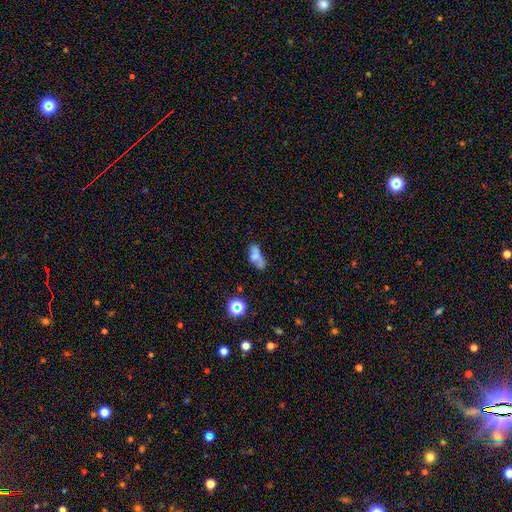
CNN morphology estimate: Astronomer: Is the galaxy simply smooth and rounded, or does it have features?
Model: smooth — 57%.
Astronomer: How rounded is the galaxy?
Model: in between — 78%.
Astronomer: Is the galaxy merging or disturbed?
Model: none — 36% (runner-up: merger, 26%).